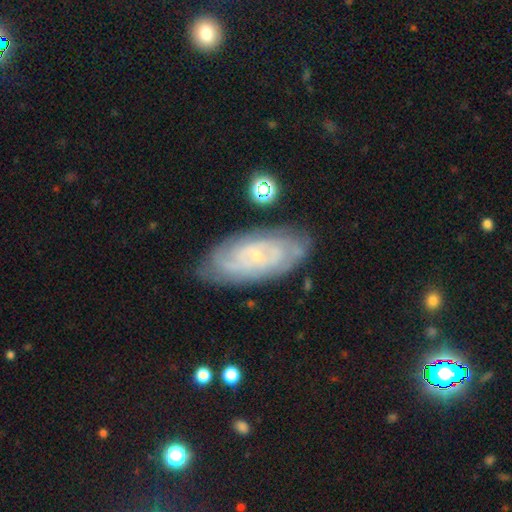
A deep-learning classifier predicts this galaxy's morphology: featured or disk 80%, smooth 13%, star or artifact 6%. Down the decision tree: edge-on disk — no (93%); bar — no (68%); spiral arms — yes (92%); spiral arm count — can't tell (43%); spiral winding — tight (71%); bulge size — small (84%); merging — none (77%).